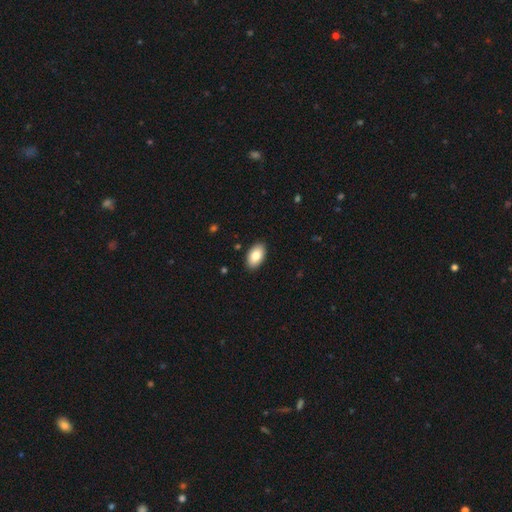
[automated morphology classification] Overall: smooth (82%). How rounded: in between (94%). Merging: none (90%).